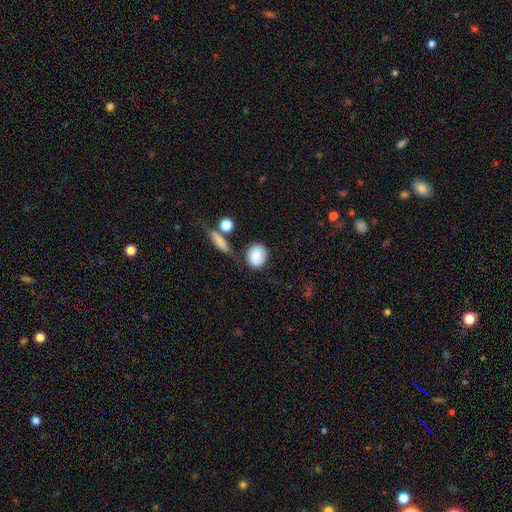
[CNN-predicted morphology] smooth-or-featured: smooth: 80% | featured or disk: 12% | star or artifact: 8%
  how-rounded: round: 74% | in between: 24% | cigar-shaped: 2%
  merging: none: 68% | minor disturbance: 17% | merger: 9% | major disturbance: 6%